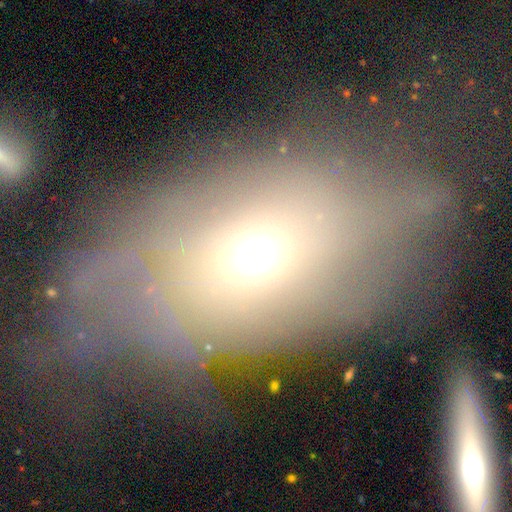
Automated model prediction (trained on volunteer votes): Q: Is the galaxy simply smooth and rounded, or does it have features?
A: smooth — 60%.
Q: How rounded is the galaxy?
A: in between — 68%.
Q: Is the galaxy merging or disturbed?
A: none — 61%.